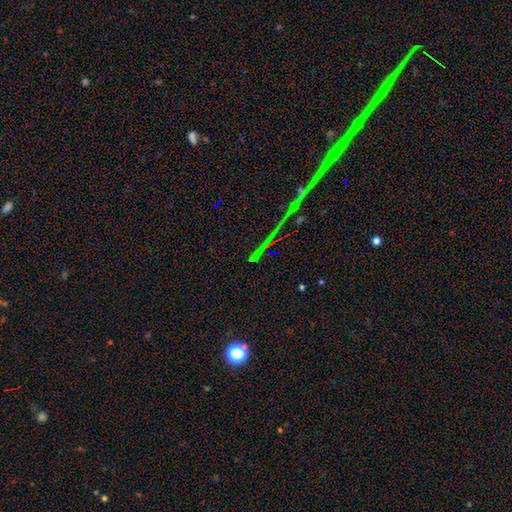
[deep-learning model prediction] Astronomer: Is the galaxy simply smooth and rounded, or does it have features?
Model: star or artifact — 76%.